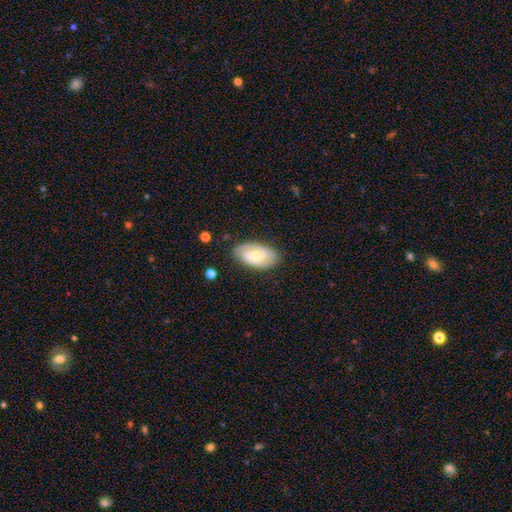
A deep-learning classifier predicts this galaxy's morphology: The model was most divided on "bar": no: 50%, weak: 40%, strong: 10%. More confident: edge-on disk — no (94%); spiral arms — yes (86%); merging — none (77%); smooth or featured — featured or disk (60%); bulge size — moderate (51%).